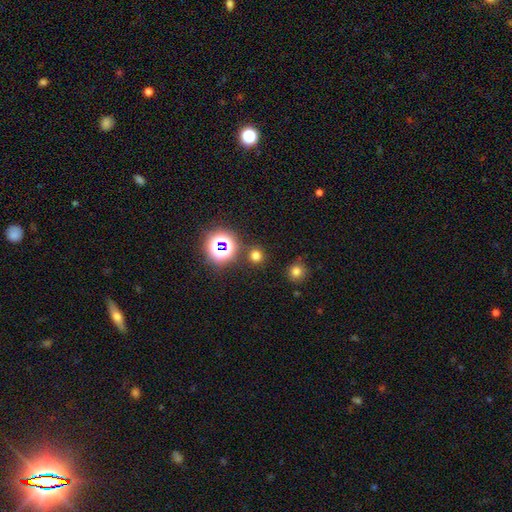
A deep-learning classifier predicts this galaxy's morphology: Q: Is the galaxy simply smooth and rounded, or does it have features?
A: smooth — 66%.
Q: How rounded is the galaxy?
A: round — 91%.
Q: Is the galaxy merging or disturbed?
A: none — 85%.